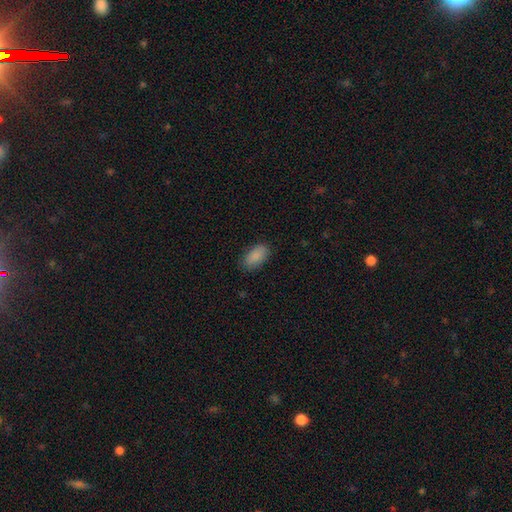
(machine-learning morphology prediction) The model was most divided on "merging": none: 82%, minor disturbance: 14%, major disturbance: 3%, merger: 1%. More confident: how rounded — in between (93%); smooth or featured — smooth (89%).